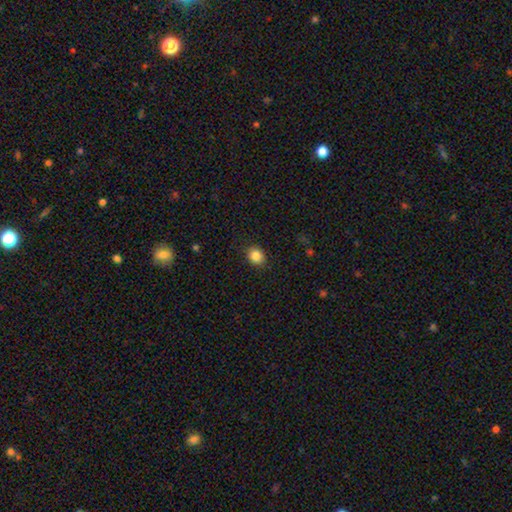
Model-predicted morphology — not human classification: Smooth or featured: smooth — 85% (star or artifact — 10%)
How rounded: round — 70% (in between — 30%)
Merging: none — 89% (minor disturbance — 8%)